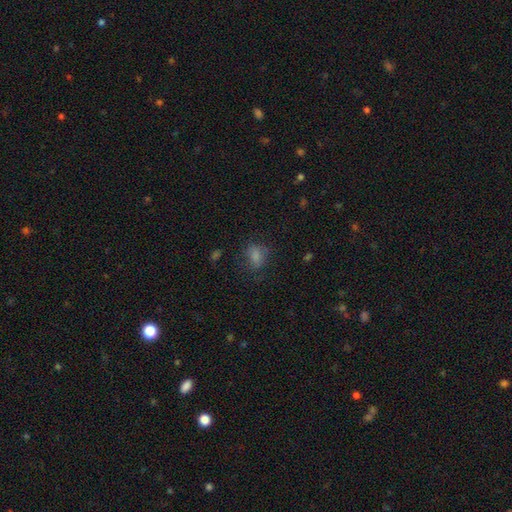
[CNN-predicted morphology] A smooth galaxy with no disk features (75%) that is in between round and cigar-shaped (57%). Merging: none (59%).